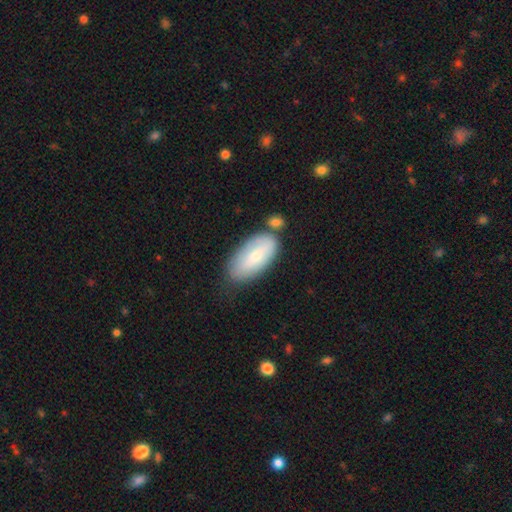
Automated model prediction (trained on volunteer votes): This is likely a smooth galaxy (63%). How rounded: clearly in between (91%). Merging: likely none (63%).